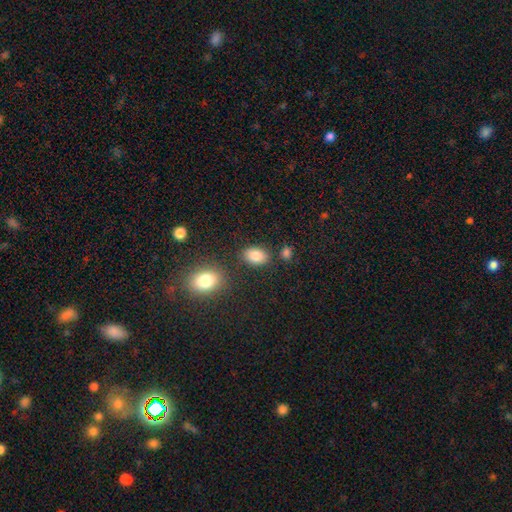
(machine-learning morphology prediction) Overall: smooth (84%). How rounded: in between (80%). Merging: none (81%).